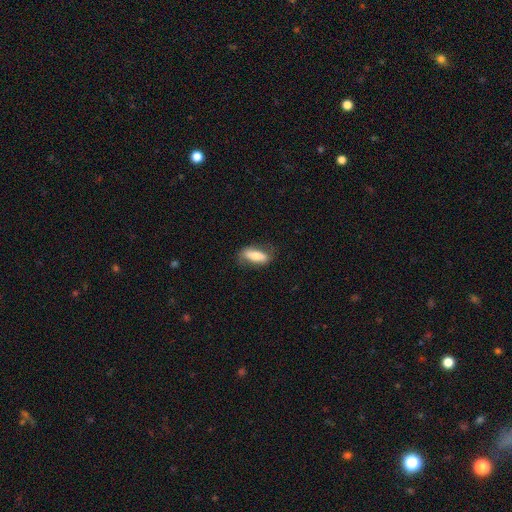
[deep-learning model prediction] A smooth galaxy with no disk features (69%) that is in between round and cigar-shaped (68%). Merging: none (71%).